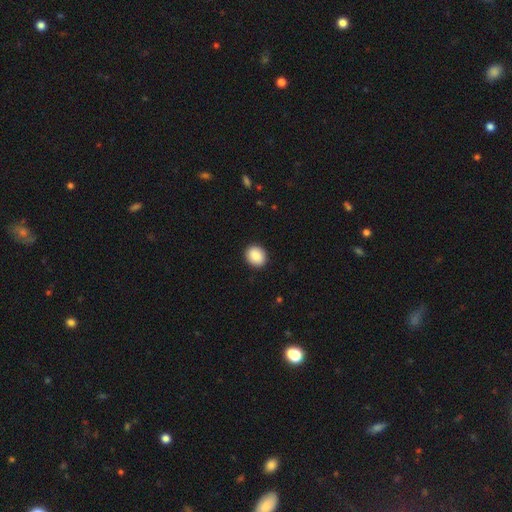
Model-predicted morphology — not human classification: Smooth or featured?
  - smooth: 88% *
  - star or artifact: 7%
  - featured or disk: 5%
How rounded?
  - round: 64% *
  - in between: 36%
  - cigar-shaped: 1%
Merging?
  - none: 91% *
  - minor disturbance: 6%
  - major disturbance: 2%
  - merger: 1%